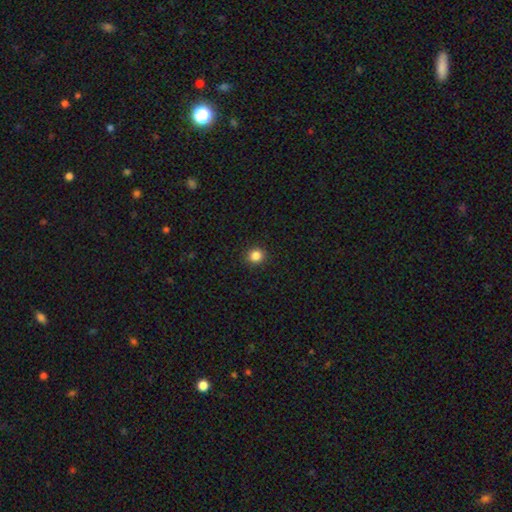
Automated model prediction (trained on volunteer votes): This is clearly a smooth galaxy (84%). How rounded: clearly round (86%). Merging: clearly none (92%).